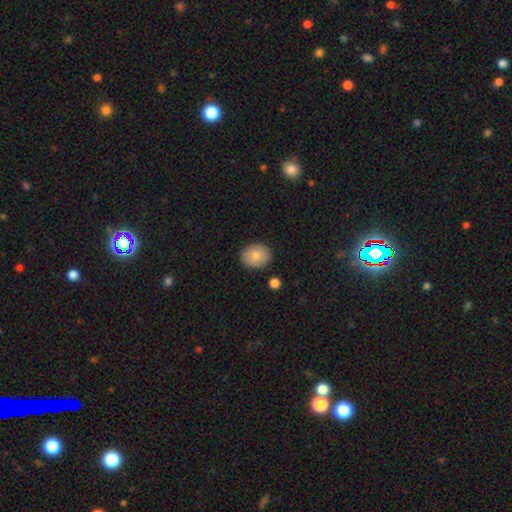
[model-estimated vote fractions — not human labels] This appears to be a smooth galaxy with no disk features (81%) that is round (60%). Merging: none (87%).